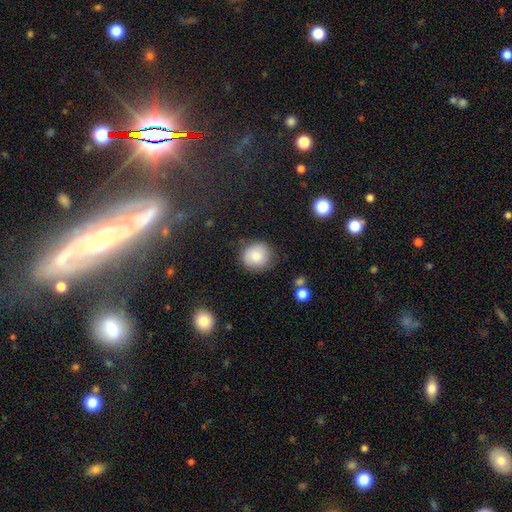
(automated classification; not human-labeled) This appears to be a smooth galaxy with no disk features (83%) that is round (90%). Merging: none (82%).